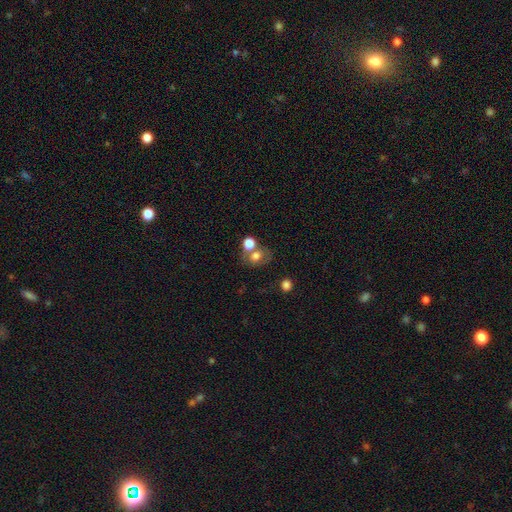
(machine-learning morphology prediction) A smooth galaxy with no disk features (71%) that is round (54%).

Vote fractions:
- Smooth or featured? smooth: 71% / featured or disk: 17% / star or artifact: 12%
- How rounded? round: 54% / in between: 45% / cigar-shaped: 1%
- Merging? none: 46% / merger: 36% / minor disturbance: 12% / major disturbance: 6%